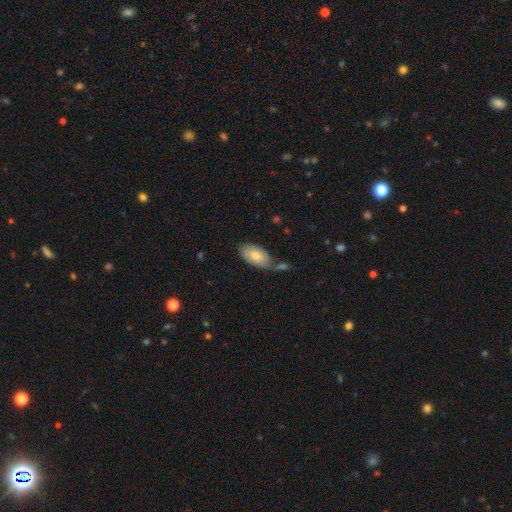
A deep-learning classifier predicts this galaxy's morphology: This appears to be a smooth galaxy with no disk features (77%) that is in between round and cigar-shaped (94%). Merging: none (48%).